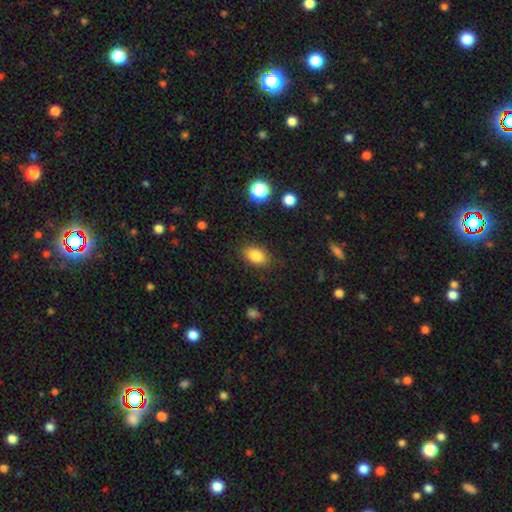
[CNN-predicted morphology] Smooth or featured: smooth — 84% (star or artifact — 10%)
How rounded: in between — 85% (round — 13%)
Merging: none — 84% (minor disturbance — 12%)